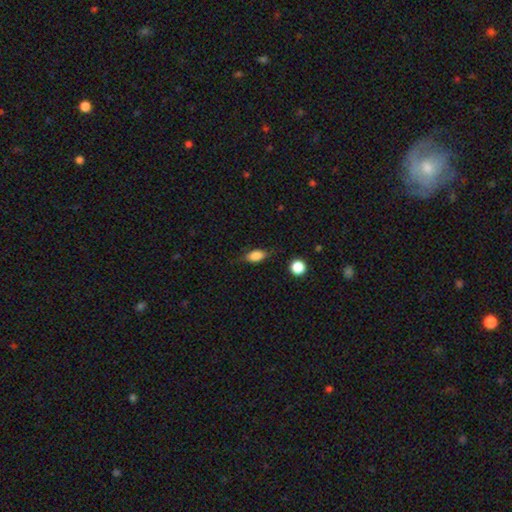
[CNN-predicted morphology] Smooth or featured?
  - smooth: 82% *
  - featured or disk: 10%
  - star or artifact: 8%
How rounded?
  - in between: 84% *
  - cigar-shaped: 8%
  - round: 8%
Merging?
  - none: 74% *
  - minor disturbance: 19%
  - major disturbance: 5%
  - merger: 2%